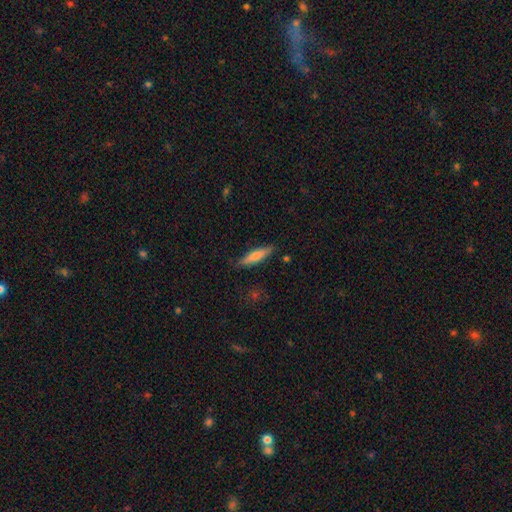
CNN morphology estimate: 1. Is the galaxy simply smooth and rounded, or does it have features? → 66% smooth, 28% featured or disk, 6% star or artifact.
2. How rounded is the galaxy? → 80% cigar-shaped, 18% in between, 2% round.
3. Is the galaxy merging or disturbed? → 86% none, 10% minor disturbance, 2% major disturbance, 1% merger.